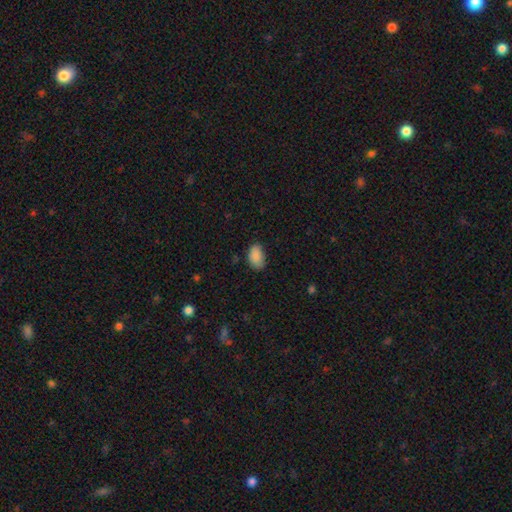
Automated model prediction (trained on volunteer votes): Overall: smooth (89%). How rounded: in between (91%). Merging: none (77%).